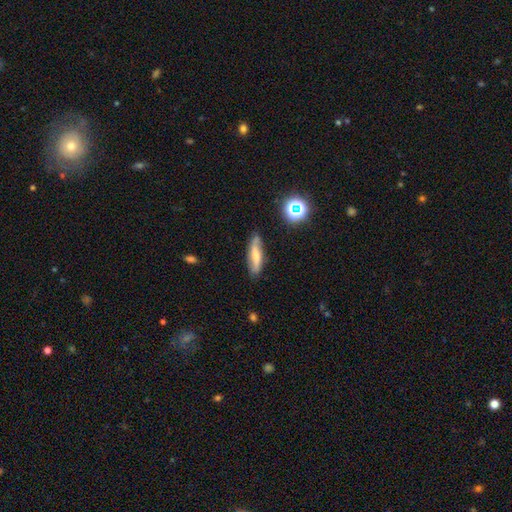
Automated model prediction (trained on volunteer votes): Q: Smooth or featured?
A: smooth (47%); runner-up: featured or disk (43%)
Q: Merging?
A: none (78%); runner-up: minor disturbance (17%)